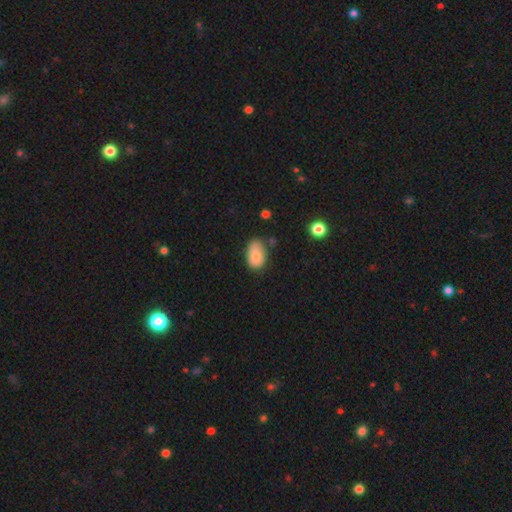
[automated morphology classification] This appears to be a smooth galaxy with no disk features (80%) that is in between round and cigar-shaped (89%). Merging: none (65%).